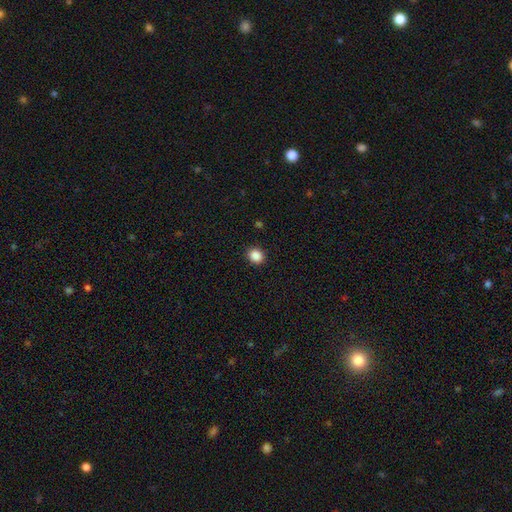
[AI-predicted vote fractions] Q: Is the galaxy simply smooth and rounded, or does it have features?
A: smooth — 88%.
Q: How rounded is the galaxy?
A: round — 76%.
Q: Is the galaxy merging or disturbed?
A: none — 91%.